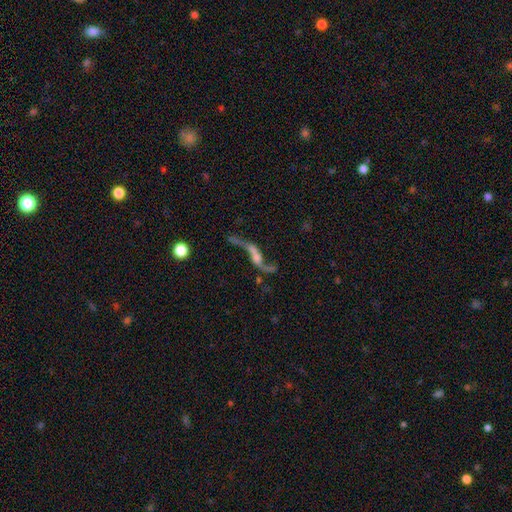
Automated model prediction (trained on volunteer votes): This is likely a featured or disk galaxy (80%). It is clearly not viewed edge-on (85%). Bar: possibly no (50%). Spiral arm pattern: clearly yes (87%). Spiral arm count: clearly 2 (90%). Spiral winding: clearly loose (95%). Central bulge: marginally small (30%). Merging: marginally none (44%).